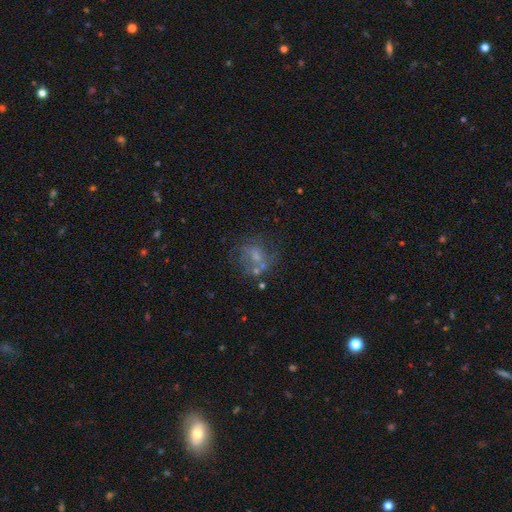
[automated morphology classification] A featured or disk galaxy (42%). Merging: none (52%).